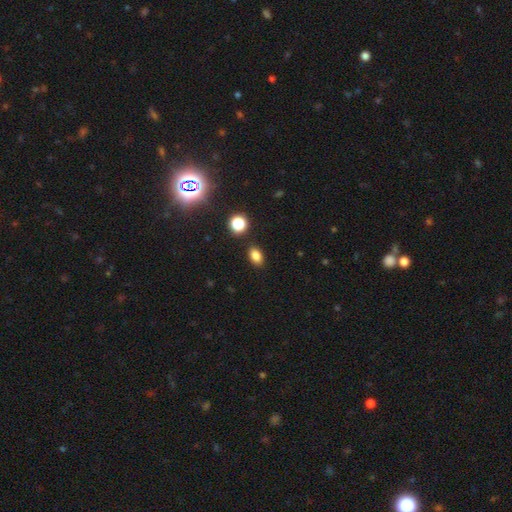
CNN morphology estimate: Overall: smooth (83%). How rounded: in between (82%). Merging: none (87%).